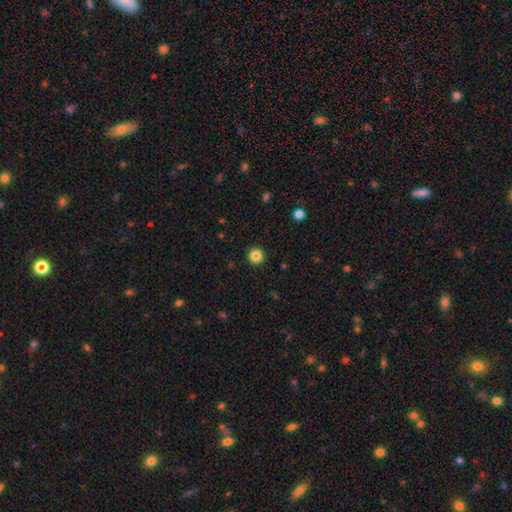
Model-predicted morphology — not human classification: smooth-or-featured: smooth: 84% | star or artifact: 11% | featured or disk: 5%
  how-rounded: round: 96% | in between: 3% | cigar-shaped: 1%
  merging: none: 93% | minor disturbance: 4% | major disturbance: 2% | merger: 1%